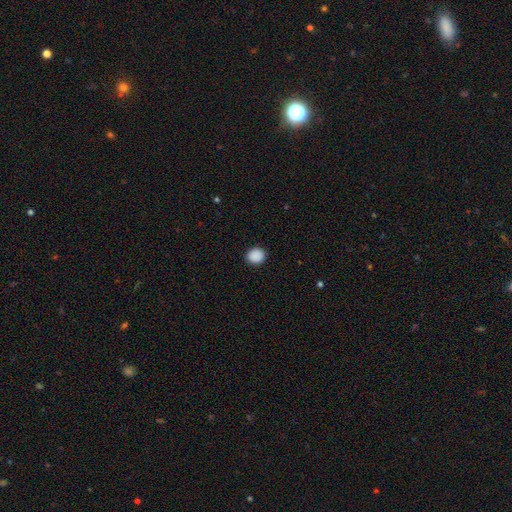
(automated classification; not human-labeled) Smooth or featured?
  - smooth: 90% *
  - star or artifact: 8%
  - featured or disk: 2%
How rounded?
  - round: 77% *
  - in between: 22%
  - cigar-shaped: 1%
Merging?
  - none: 91% *
  - minor disturbance: 6%
  - major disturbance: 2%
  - merger: 1%